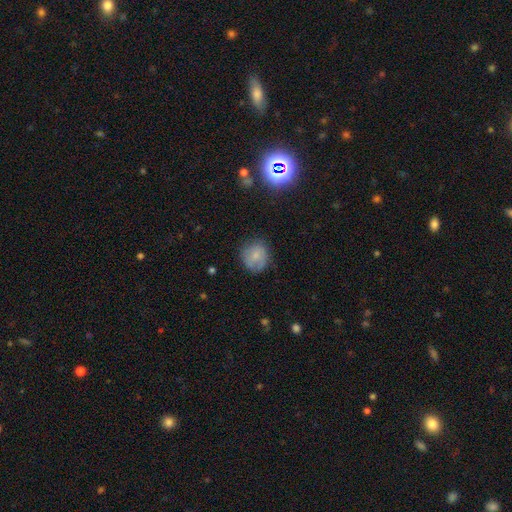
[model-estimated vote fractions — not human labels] Smooth or featured? Predicted: smooth (p=0.71). How rounded? Predicted: round (p=0.80). Merging? Predicted: none (p=0.70).